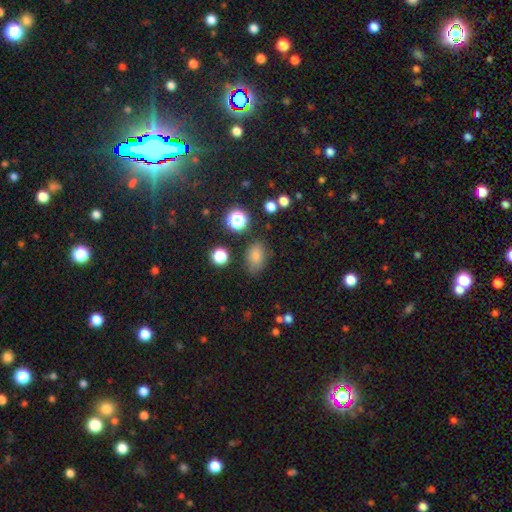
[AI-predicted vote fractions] Q: Smooth or featured?
A: smooth (78%); runner-up: star or artifact (14%)
Q: How rounded?
A: in between (80%); runner-up: round (18%)
Q: Merging?
A: none (72%); runner-up: minor disturbance (19%)